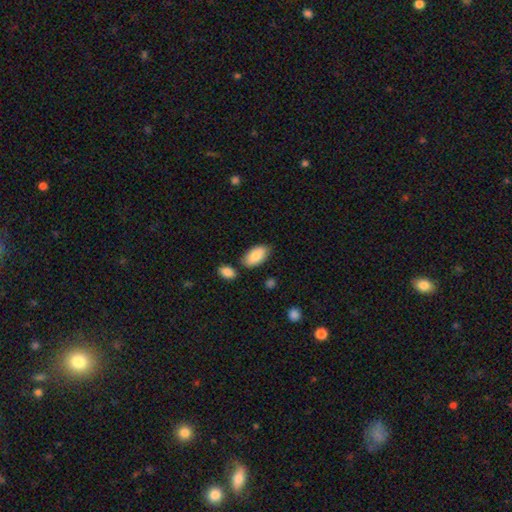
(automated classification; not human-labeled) A smooth galaxy with no disk features (86%) that is in between round and cigar-shaped (94%).

Vote fractions:
- Smooth or featured? smooth: 86% / featured or disk: 8% / star or artifact: 6%
- How rounded? in between: 94% / cigar-shaped: 3% / round: 3%
- Merging? none: 76% / minor disturbance: 14% / merger: 7% / major disturbance: 3%